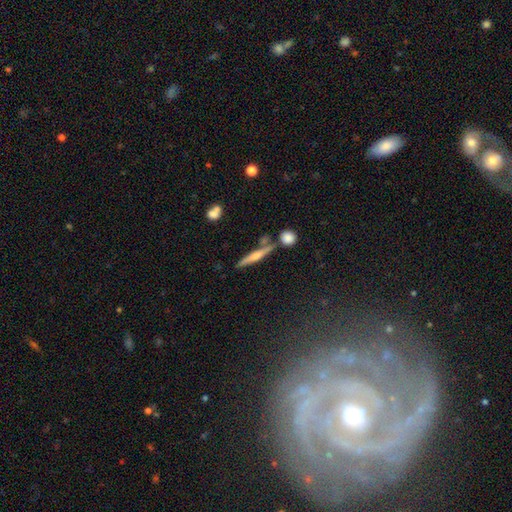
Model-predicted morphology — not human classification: featured or disk 51%, smooth 41%, star or artifact 8%. Down the decision tree: edge-on disk — yes (95%); merging — none (76%).